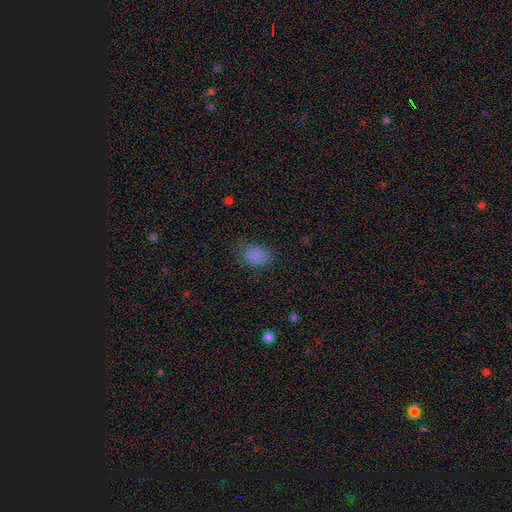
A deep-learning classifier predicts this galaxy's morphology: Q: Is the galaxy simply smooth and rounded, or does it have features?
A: smooth — 83%.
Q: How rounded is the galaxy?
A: in between — 65%.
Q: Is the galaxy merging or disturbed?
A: none — 72%.